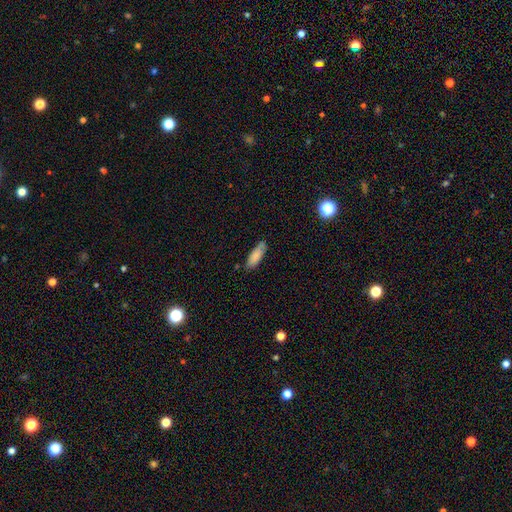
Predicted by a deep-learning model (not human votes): This is clearly a smooth galaxy (85%). How rounded: possibly in between (58%). Merging: likely none (78%).